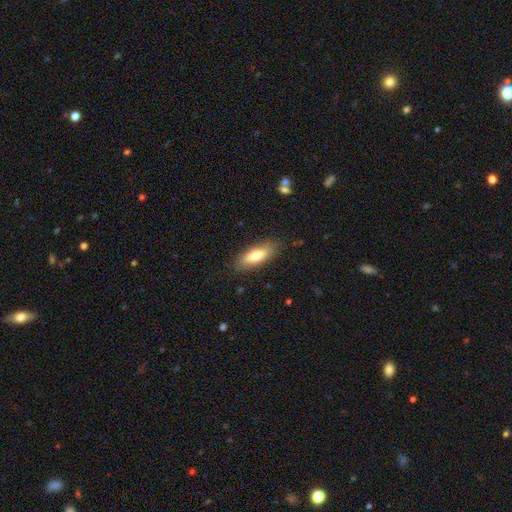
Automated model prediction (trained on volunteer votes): smooth_or_featured: smooth (p=0.75) [alt: featured or disk p=0.18]
how_rounded: in between (p=0.67) [alt: cigar-shaped p=0.31]
merging: none (p=0.83) [alt: minor disturbance p=0.13]